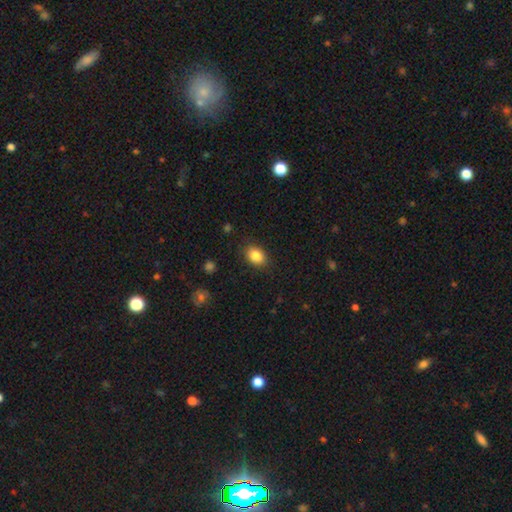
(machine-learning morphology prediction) This appears to be a smooth galaxy with no disk features (85%) that is in between round and cigar-shaped (71%). Merging: none (86%).